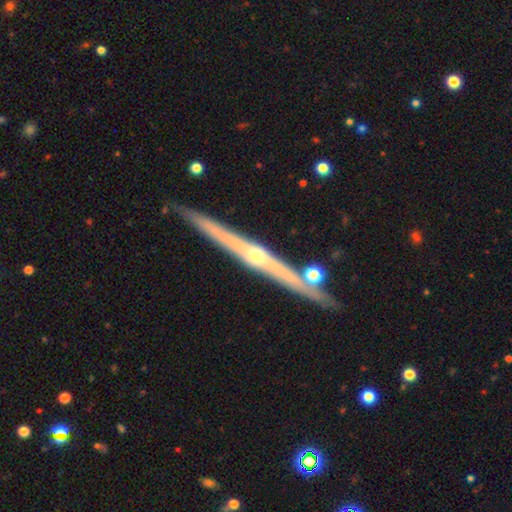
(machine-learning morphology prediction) Q: Smooth or featured?
A: featured or disk (85%); runner-up: smooth (10%)
Q: Edge-on disk?
A: yes (98%); runner-up: no (2%)
Q: Edge-on bulge?
A: rounded (80%); runner-up: none (16%)
Q: Merging?
A: none (86%); runner-up: minor disturbance (8%)